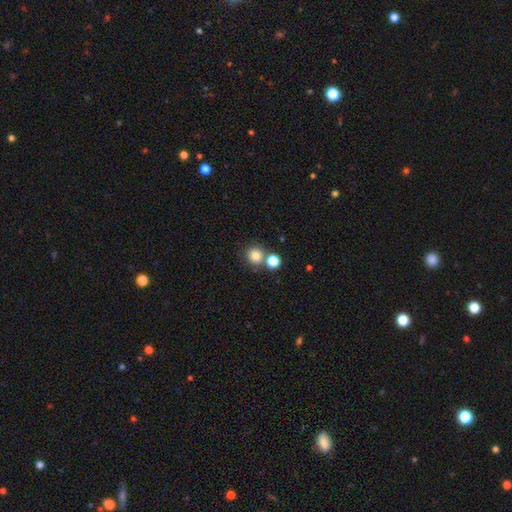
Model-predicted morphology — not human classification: This is clearly a smooth galaxy (81%). How rounded: clearly round (91%). Merging: likely none (69%).